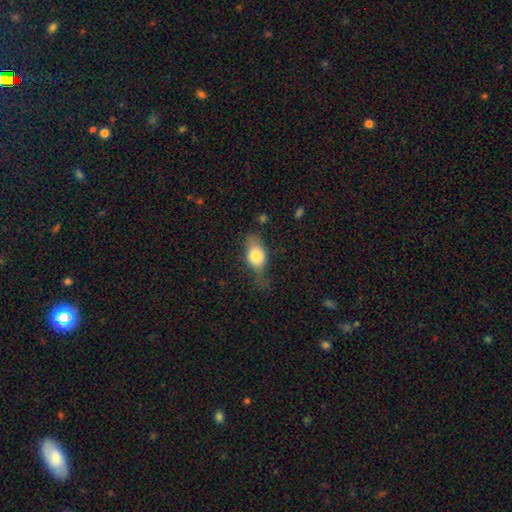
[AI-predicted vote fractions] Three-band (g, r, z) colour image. It shows a smooth galaxy with no disk features (73%) that is in between round and cigar-shaped (81%). Merging: none (47%).